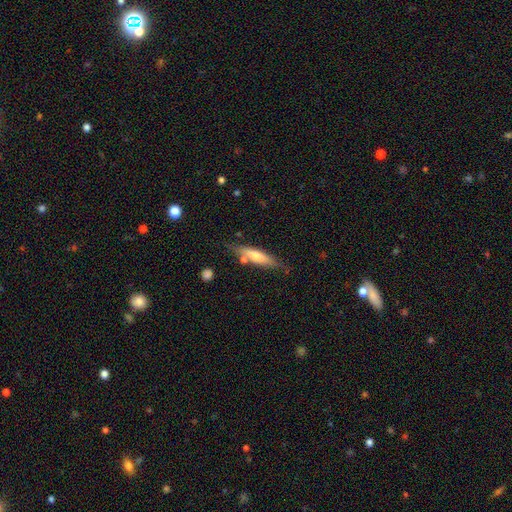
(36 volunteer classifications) A smooth galaxy with no disk features (50%) that is cigar-shaped (67%). Merging: none (74%).